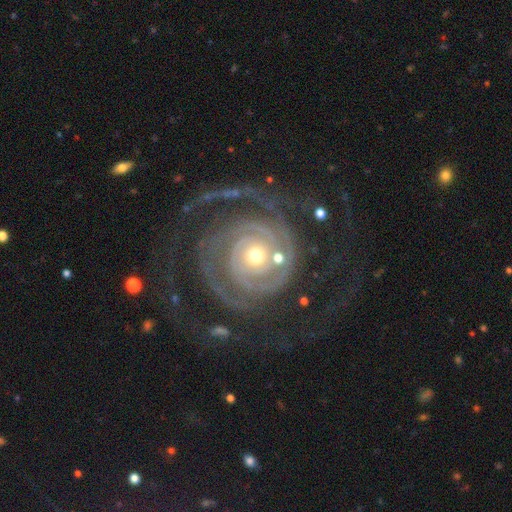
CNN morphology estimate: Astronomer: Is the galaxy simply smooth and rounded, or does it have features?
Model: featured or disk — 91%.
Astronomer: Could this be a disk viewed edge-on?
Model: no — 98%.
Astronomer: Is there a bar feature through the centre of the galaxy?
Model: no — 79%.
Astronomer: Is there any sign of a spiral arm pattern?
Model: yes — 98%.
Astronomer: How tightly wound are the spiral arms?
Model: tight — 78%.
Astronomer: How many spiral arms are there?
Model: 2 — 52%.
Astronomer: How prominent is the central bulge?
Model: small — 48% (runner-up: moderate, 46%).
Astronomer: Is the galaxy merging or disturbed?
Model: none — 61%.